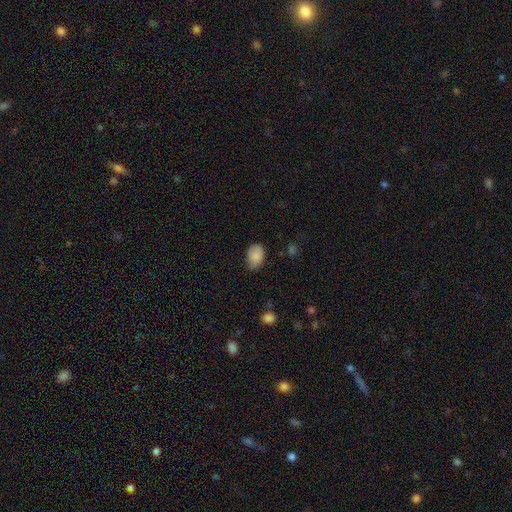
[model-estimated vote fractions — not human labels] Smooth or featured?
  - smooth: 88% *
  - star or artifact: 7%
  - featured or disk: 5%
How rounded?
  - in between: 81% *
  - round: 18%
  - cigar-shaped: 1%
Merging?
  - none: 71% *
  - minor disturbance: 24%
  - major disturbance: 4%
  - merger: 1%